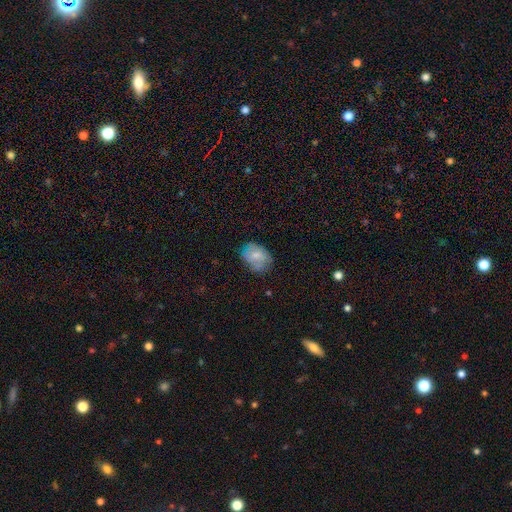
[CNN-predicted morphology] This appears to be a smooth galaxy with no disk features (65%) that is in between round and cigar-shaped (68%). Merging: none (61%).